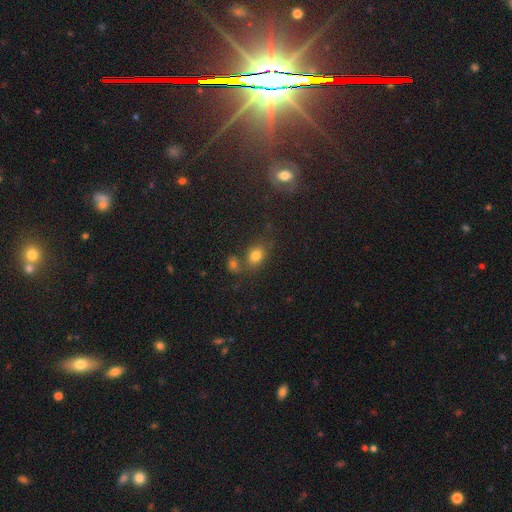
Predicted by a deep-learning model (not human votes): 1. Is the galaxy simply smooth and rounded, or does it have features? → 76% smooth, 15% star or artifact, 9% featured or disk.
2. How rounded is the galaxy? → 58% in between, 40% round, 2% cigar-shaped.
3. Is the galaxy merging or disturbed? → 58% none, 23% merger, 14% minor disturbance, 6% major disturbance.